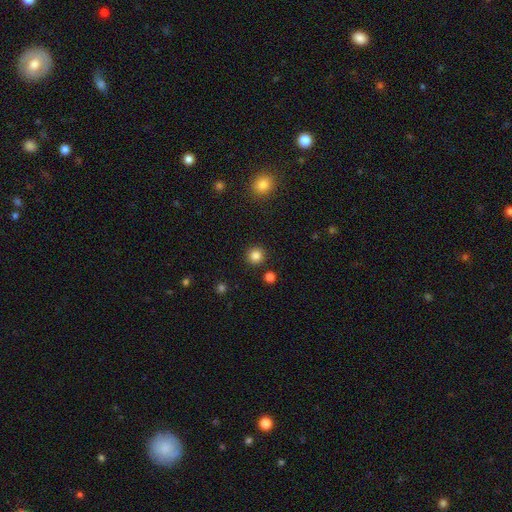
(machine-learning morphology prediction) type=smooth (84%); roundness=round (95%); merging=none (91%).